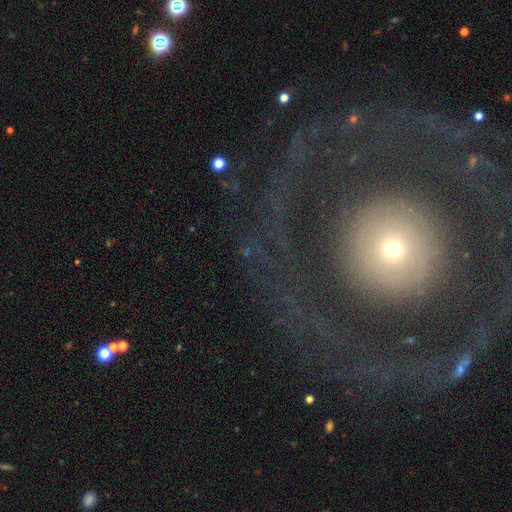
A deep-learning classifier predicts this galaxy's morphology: Smooth or featured? featured or disk (52%)
Edge-on disk? no (94%)
Merging? none (73%)